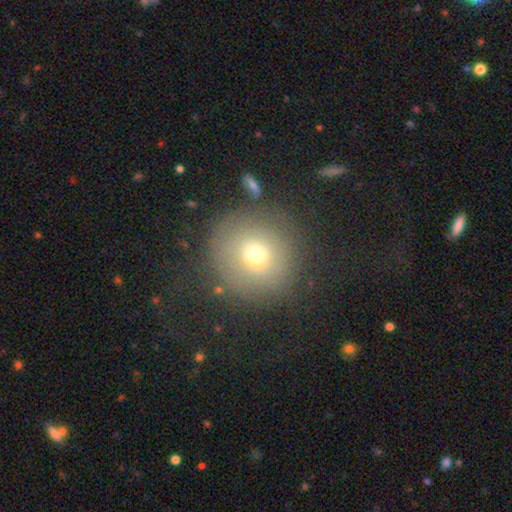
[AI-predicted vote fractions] Smooth or featured?
  - smooth: 65% *
  - featured or disk: 20%
  - star or artifact: 15%
How rounded?
  - round: 93% *
  - in between: 6%
  - cigar-shaped: 1%
Merging?
  - none: 76% *
  - minor disturbance: 12%
  - major disturbance: 9%
  - merger: 3%